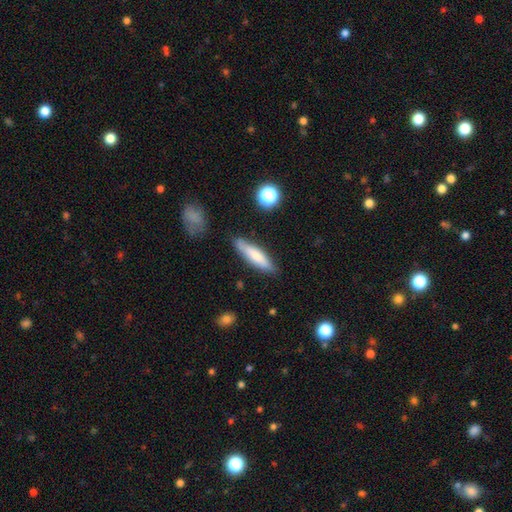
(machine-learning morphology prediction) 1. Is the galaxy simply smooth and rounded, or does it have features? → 71% smooth, 22% featured or disk, 7% star or artifact.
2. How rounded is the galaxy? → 73% cigar-shaped, 25% in between, 2% round.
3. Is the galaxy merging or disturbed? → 78% none, 16% minor disturbance, 3% major disturbance, 3% merger.